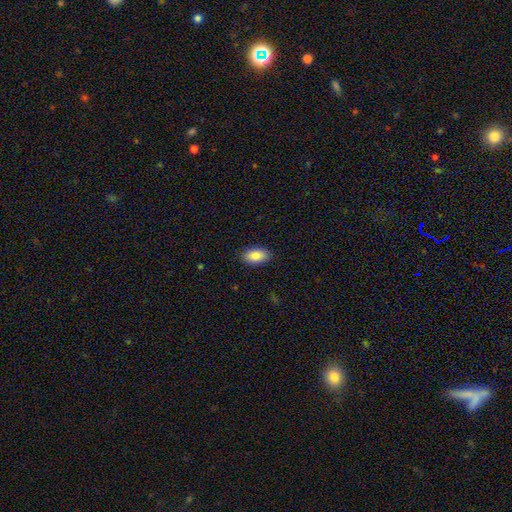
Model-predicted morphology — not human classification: Overall: smooth (88%). How rounded: in between (94%). Merging: none (89%).